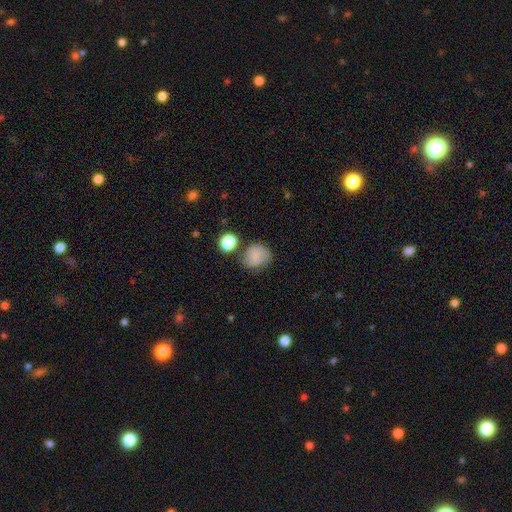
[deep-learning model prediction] Overall: smooth (74%). How rounded: round (74%). Merging: none (63%).